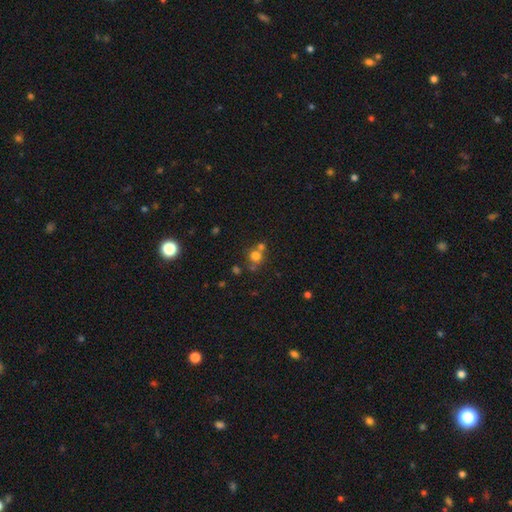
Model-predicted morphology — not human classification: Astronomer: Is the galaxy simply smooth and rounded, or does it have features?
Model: smooth — 71%.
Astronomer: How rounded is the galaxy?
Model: round — 86%.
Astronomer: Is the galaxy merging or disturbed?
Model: none — 53% (runner-up: merger, 35%).